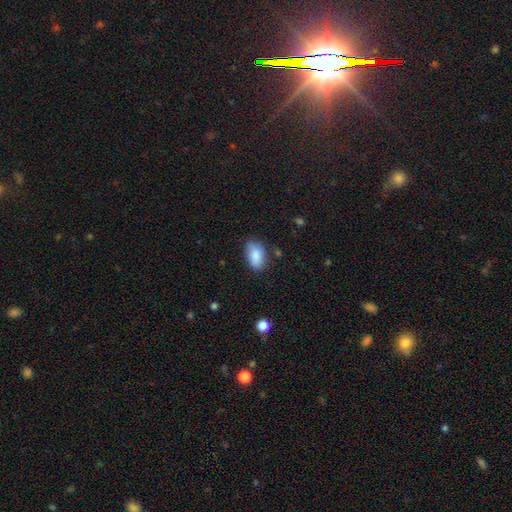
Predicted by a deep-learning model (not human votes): This appears to be a smooth galaxy with no disk features (86%) that is in between round and cigar-shaped (92%). Merging: none (72%).